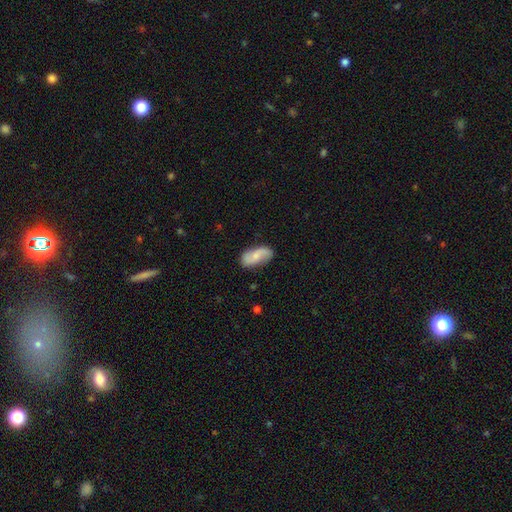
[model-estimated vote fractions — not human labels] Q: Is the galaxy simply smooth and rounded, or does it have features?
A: smooth — 48%.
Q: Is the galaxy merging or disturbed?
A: none — 77%.